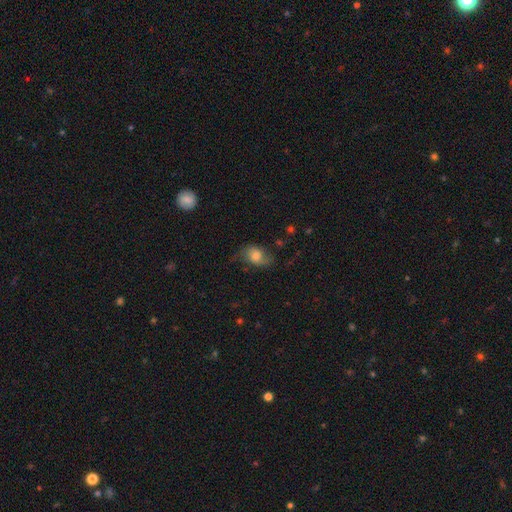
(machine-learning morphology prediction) This is possibly a smooth galaxy (56%). How rounded: likely in between (72%). Merging: possibly none (58%).